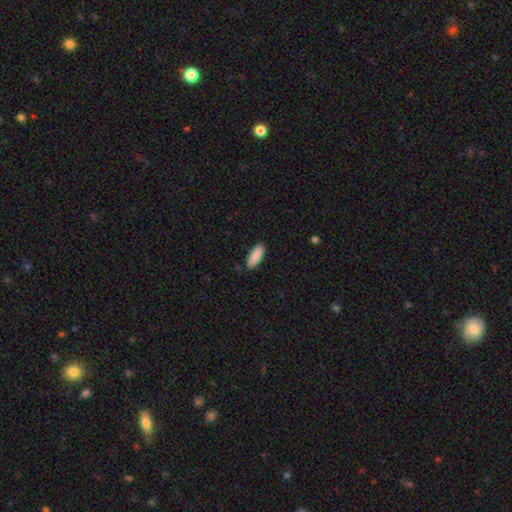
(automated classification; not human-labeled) A smooth galaxy with no disk features (90%) that is in between round and cigar-shaped (70%).

Vote fractions:
- Smooth or featured? smooth: 90% / star or artifact: 6% / featured or disk: 4%
- How rounded? in between: 70% / cigar-shaped: 28% / round: 1%
- Merging? none: 87% / minor disturbance: 10% / major disturbance: 2% / merger: 1%